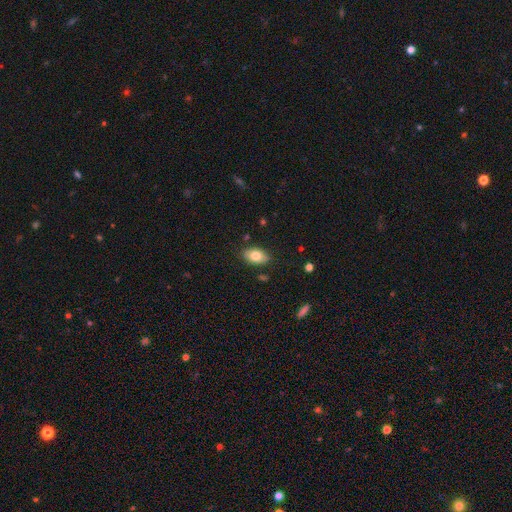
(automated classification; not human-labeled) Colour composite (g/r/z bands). It shows a smooth galaxy with no disk features (78%) that is in between round and cigar-shaped (90%). Merging: none (84%).